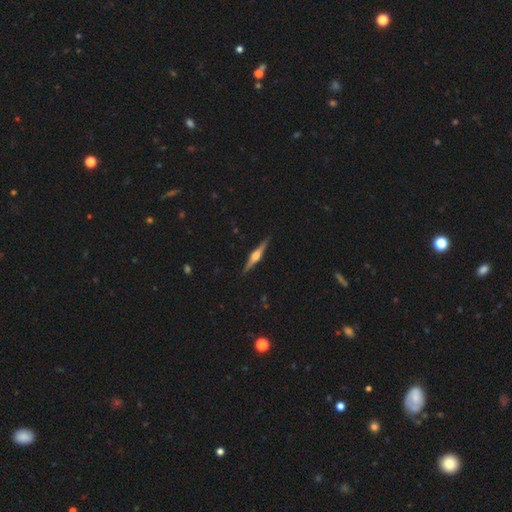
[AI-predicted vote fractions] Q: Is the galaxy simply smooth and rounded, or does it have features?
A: featured or disk — 83%.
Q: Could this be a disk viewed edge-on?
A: yes — 98%.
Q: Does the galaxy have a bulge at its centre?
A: rounded — 87%.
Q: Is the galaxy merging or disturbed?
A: none — 91%.